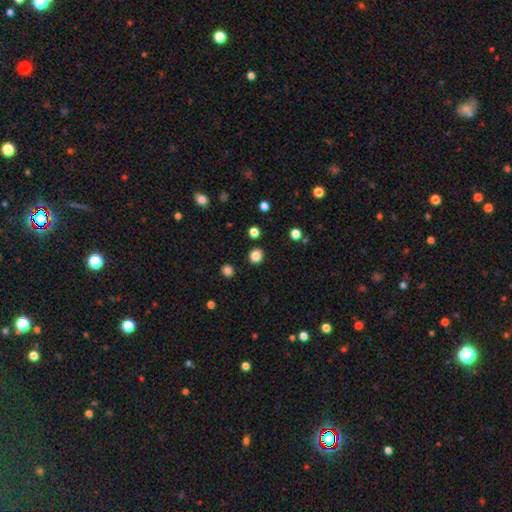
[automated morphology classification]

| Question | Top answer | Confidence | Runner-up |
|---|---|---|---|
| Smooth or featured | smooth | 85% | star or artifact (12%) |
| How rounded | round | 82% | in between (17%) |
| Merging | none | 90% | minor disturbance (6%) |